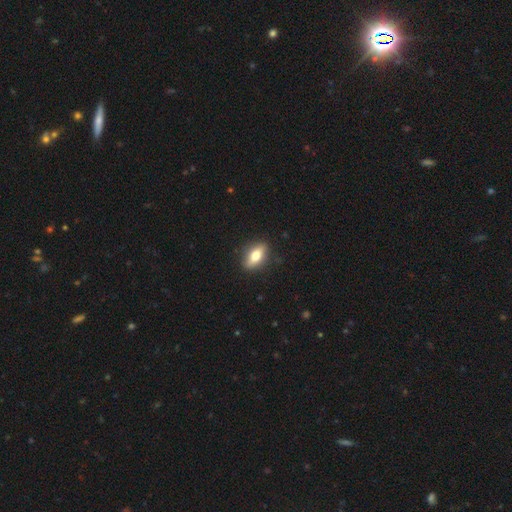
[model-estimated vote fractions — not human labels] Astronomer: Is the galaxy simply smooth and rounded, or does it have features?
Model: smooth — 64%.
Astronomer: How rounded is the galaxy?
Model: in between — 76%.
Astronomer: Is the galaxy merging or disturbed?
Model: none — 86%.